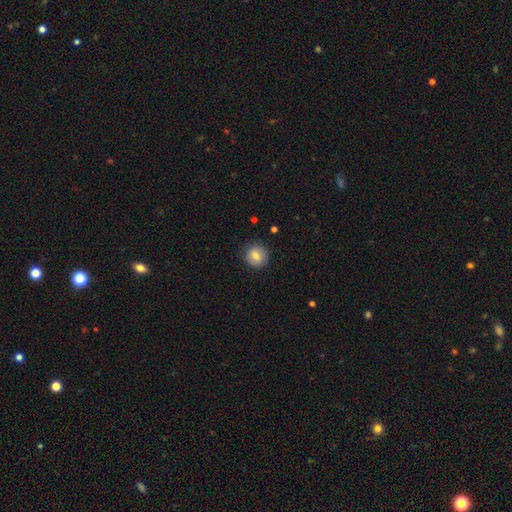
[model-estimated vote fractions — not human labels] Smooth or featured? Predicted: smooth (p=0.78). How rounded? Predicted: round (p=0.90). Merging? Predicted: none (p=0.88).